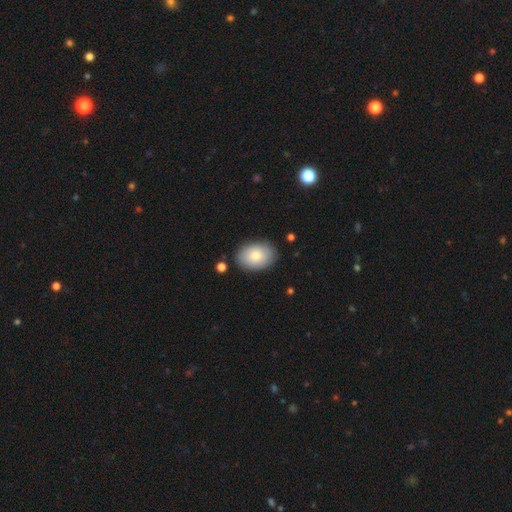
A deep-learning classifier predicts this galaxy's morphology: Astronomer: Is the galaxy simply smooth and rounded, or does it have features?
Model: smooth — 79%.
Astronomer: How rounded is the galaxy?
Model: in between — 81%.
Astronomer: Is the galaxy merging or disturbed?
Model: none — 85%.